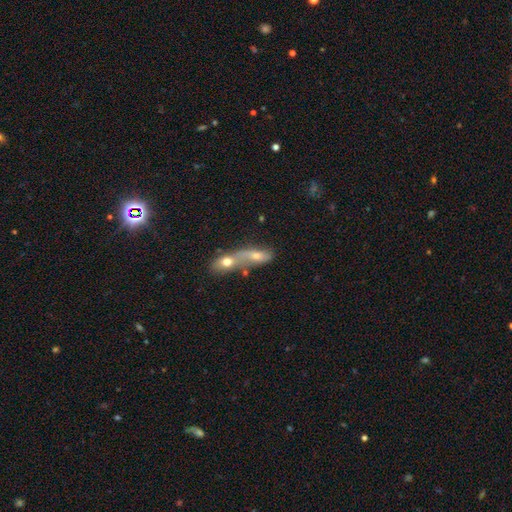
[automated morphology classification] Q: Smooth or featured?
A: smooth (64%); runner-up: featured or disk (26%)
Q: How rounded?
A: in between (64%); runner-up: cigar-shaped (27%)
Q: Merging?
A: merger (65%); runner-up: none (18%)